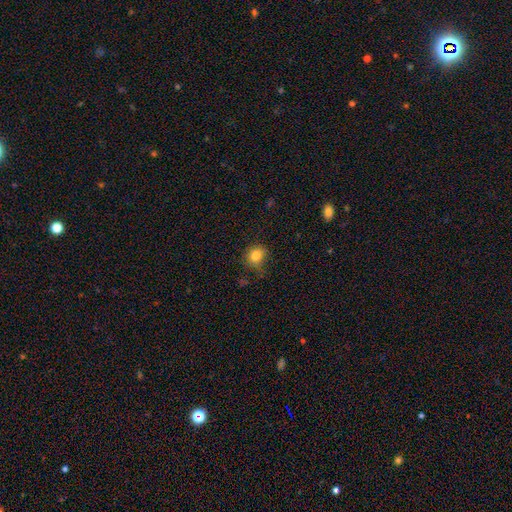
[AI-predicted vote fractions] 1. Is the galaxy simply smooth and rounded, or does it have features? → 82% smooth, 12% star or artifact, 6% featured or disk.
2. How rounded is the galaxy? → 70% round, 29% in between, 1% cigar-shaped.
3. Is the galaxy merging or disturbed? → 72% none, 21% minor disturbance, 6% major disturbance, 2% merger.